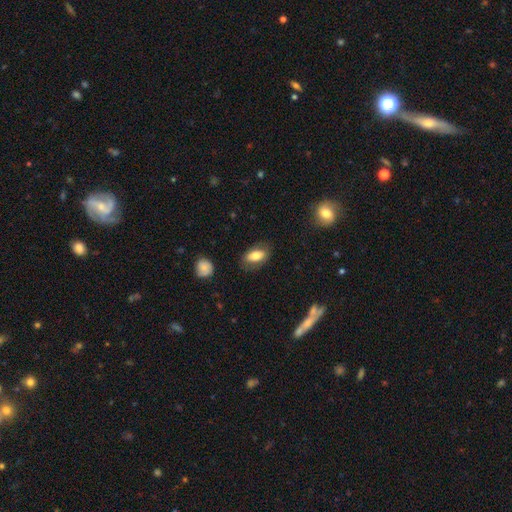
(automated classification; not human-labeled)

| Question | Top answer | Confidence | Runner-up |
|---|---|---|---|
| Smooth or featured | smooth | 76% | featured or disk (17%) |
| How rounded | in between | 89% | round (6%) |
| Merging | none | 76% | minor disturbance (17%) |